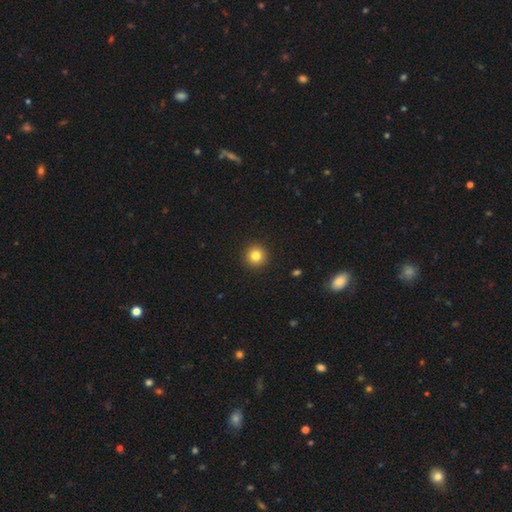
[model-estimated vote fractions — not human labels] smooth-or-featured: smooth: 83% | star or artifact: 11% | featured or disk: 6%
  how-rounded: round: 96% | in between: 3% | cigar-shaped: 1%
  merging: none: 93% | minor disturbance: 4% | major disturbance: 2% | merger: 1%